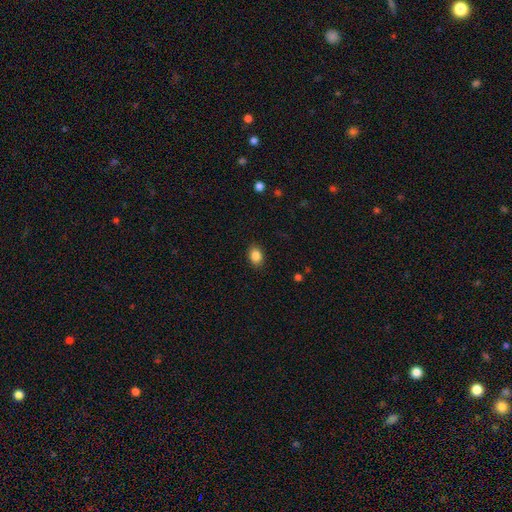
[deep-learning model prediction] Morphology: type=smooth (87%); roundness=in between (72%); merging=none (88%).